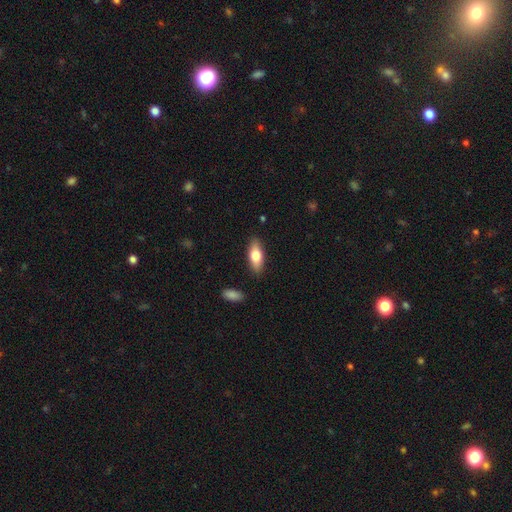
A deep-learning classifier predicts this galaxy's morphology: smooth-or-featured: smooth: 72% | featured or disk: 22% | star or artifact: 6%
  how-rounded: in between: 75% | cigar-shaped: 22% | round: 3%
  merging: none: 87% | minor disturbance: 10% | major disturbance: 2% | merger: 2%